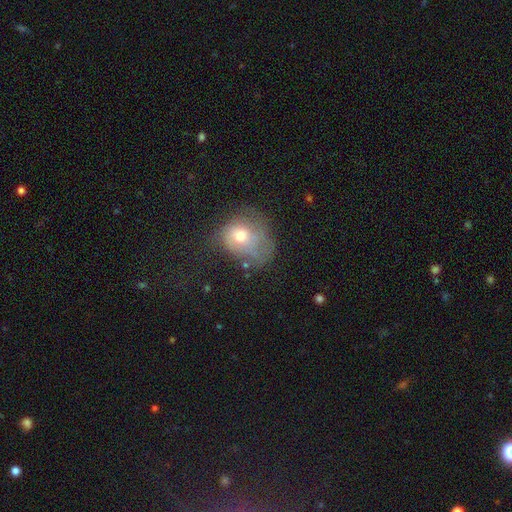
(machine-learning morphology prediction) This appears to be a smooth galaxy with no disk features (54%) that is round (59%). Merging: none (34%).